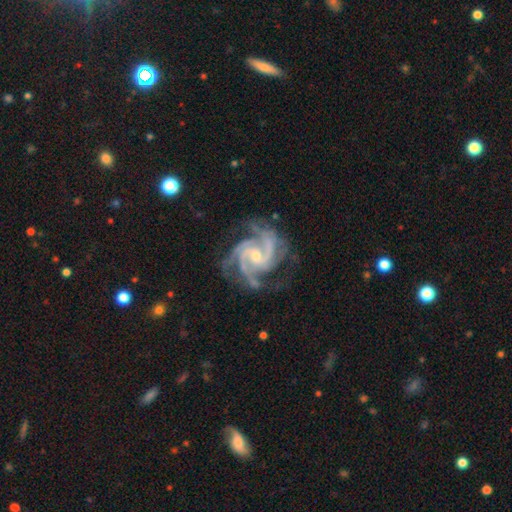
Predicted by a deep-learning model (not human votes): The model was most divided on "spiral winding": tight: 49%, medium: 45%, loose: 6%. Remaining: spiral arms — yes (99%); edge-on disk — no (98%); smooth or featured — featured or disk (93%); merging — none (71%); bulge size — small (60%); spiral arm count — 3 (49%); bar — no (49%).